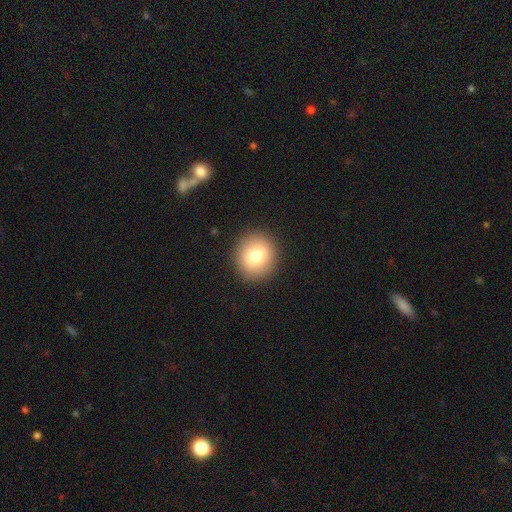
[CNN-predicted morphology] Overall: smooth (78%). How rounded: round (86%). Merging: none (90%).